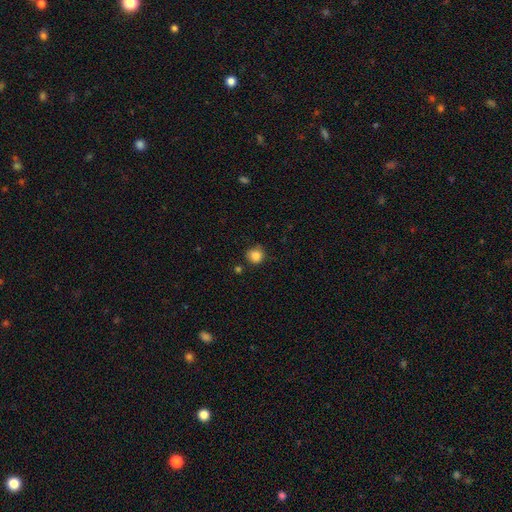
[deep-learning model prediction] Q: Smooth or featured?
A: smooth (85%); runner-up: star or artifact (11%)
Q: How rounded?
A: round (90%); runner-up: in between (9%)
Q: Merging?
A: none (78%); runner-up: minor disturbance (15%)